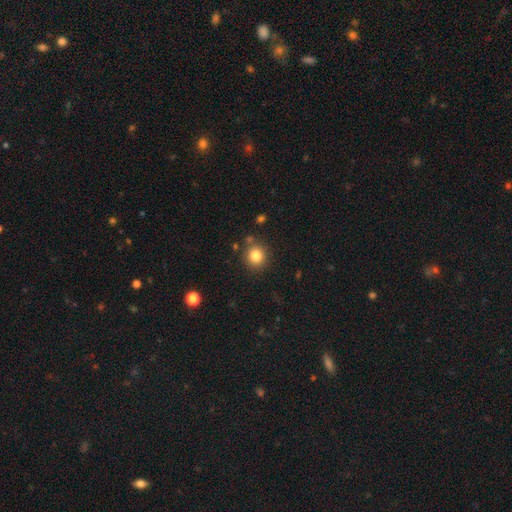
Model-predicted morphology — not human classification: A smooth galaxy with no disk features (82%) that is round (90%). Merging: none (83%).